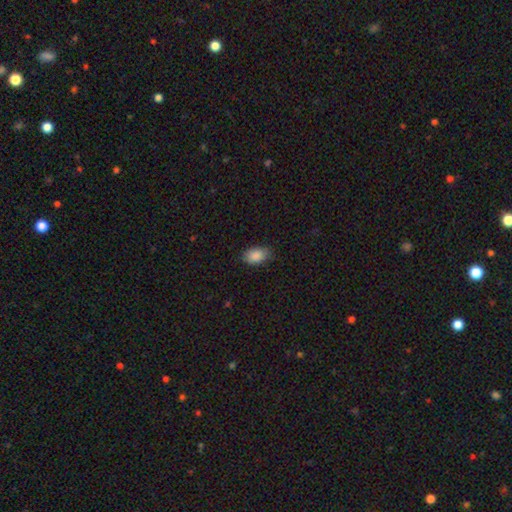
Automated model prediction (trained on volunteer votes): smooth-or-featured: smooth: 88% | star or artifact: 7% | featured or disk: 4%
  how-rounded: in between: 90% | round: 8% | cigar-shaped: 2%
  merging: none: 81% | minor disturbance: 15% | major disturbance: 3% | merger: 1%